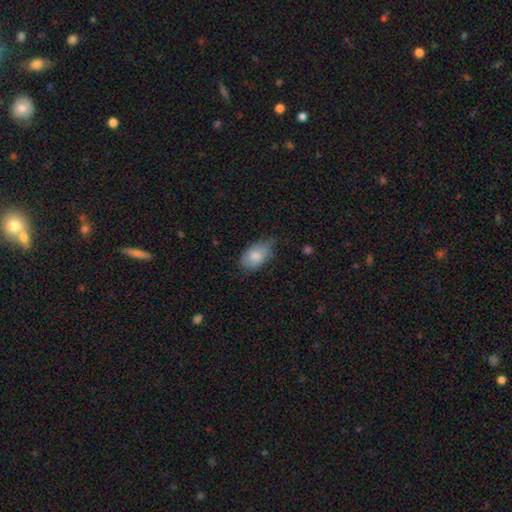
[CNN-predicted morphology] Smooth or featured? smooth (82%)
How rounded? in between (91%)
Merging? none (56%)